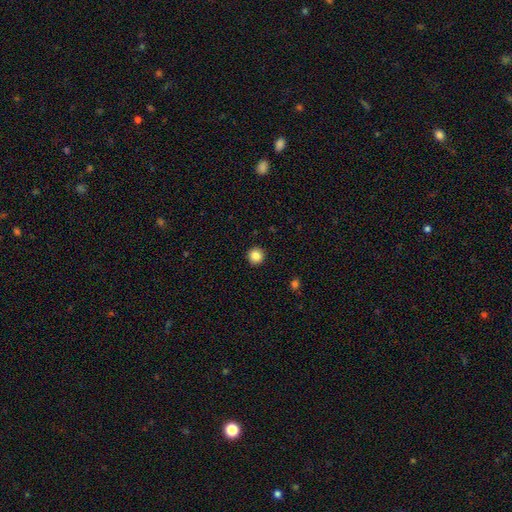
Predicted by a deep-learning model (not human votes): A smooth galaxy with no disk features (86%) that is round (95%). Merging: none (93%).